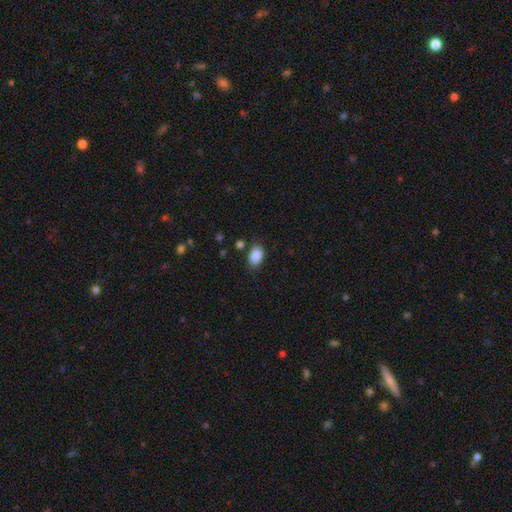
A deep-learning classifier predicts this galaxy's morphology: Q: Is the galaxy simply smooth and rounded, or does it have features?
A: smooth — 88%.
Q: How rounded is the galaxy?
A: in between — 84%.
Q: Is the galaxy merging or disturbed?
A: none — 83%.